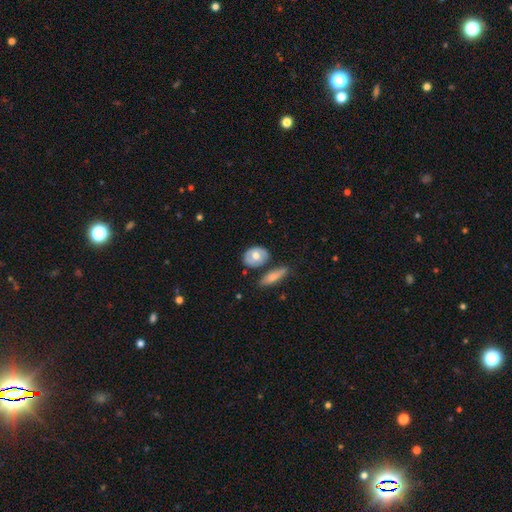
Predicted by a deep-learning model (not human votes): Smooth or featured? smooth (60%)
How rounded? in between (63%)
Merging? none (67%)